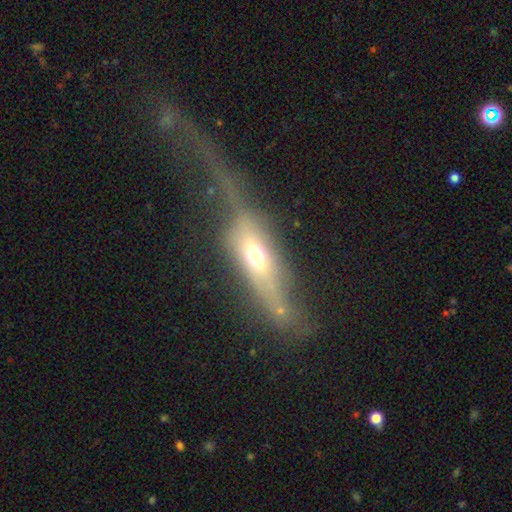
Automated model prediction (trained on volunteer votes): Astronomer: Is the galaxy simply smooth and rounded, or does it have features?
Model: featured or disk — 52% (runner-up: smooth, 39%).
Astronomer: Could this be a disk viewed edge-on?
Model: yes — 73%.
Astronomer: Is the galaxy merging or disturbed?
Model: none — 41% (runner-up: major disturbance, 32%).